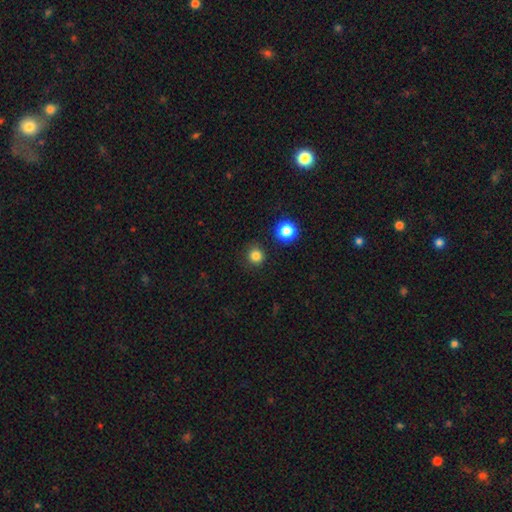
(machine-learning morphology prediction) Smooth or featured?
  - smooth: 82% *
  - star or artifact: 15%
  - featured or disk: 4%
How rounded?
  - round: 93% *
  - in between: 6%
  - cigar-shaped: 1%
Merging?
  - none: 89% *
  - minor disturbance: 6%
  - merger: 3%
  - major disturbance: 2%